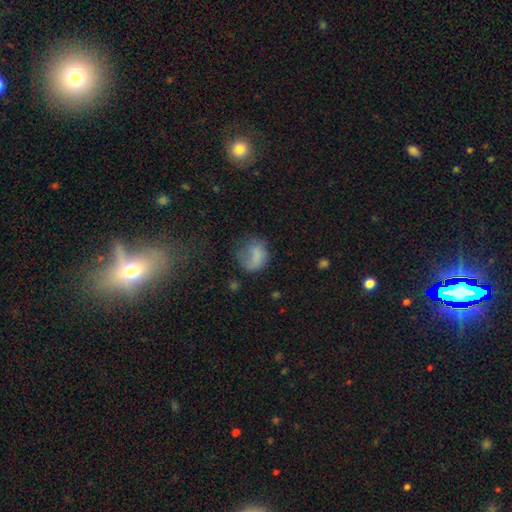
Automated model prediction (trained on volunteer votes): Smooth or featured: smooth — 72% (featured or disk — 17%)
How rounded: round — 57% (in between — 42%)
Merging: none — 40% (major disturbance — 29%)